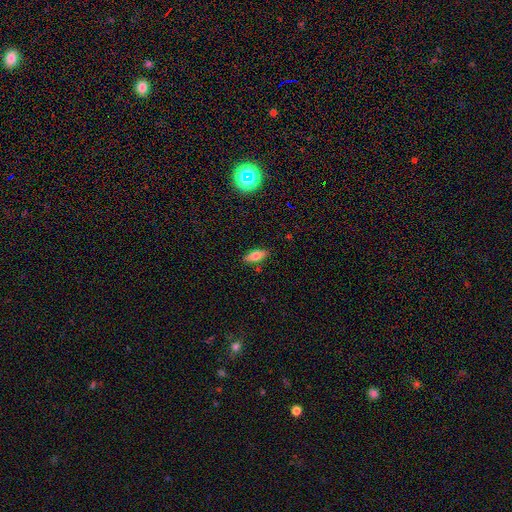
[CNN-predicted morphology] Smooth or featured?
  - smooth: 73% *
  - featured or disk: 18%
  - star or artifact: 9%
How rounded?
  - in between: 76% *
  - cigar-shaped: 21%
  - round: 3%
Merging?
  - none: 84% *
  - minor disturbance: 11%
  - merger: 3%
  - major disturbance: 2%